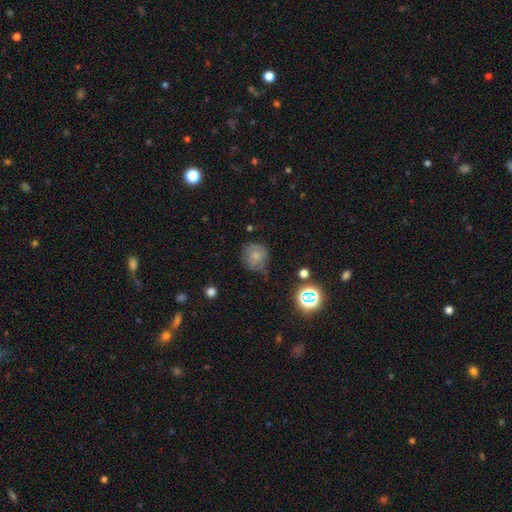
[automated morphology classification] A smooth galaxy with no disk features (68%) that is round (83%). Merging: none (55%).